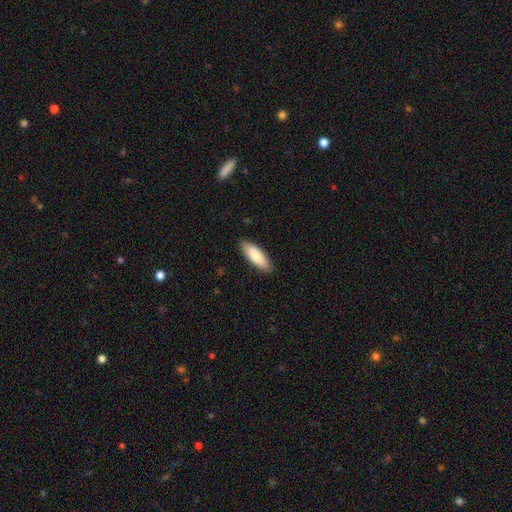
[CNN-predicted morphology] Smooth or featured: smooth — 85% (featured or disk — 10%)
How rounded: in between — 61% (cigar-shaped — 37%)
Merging: none — 88% (minor disturbance — 9%)